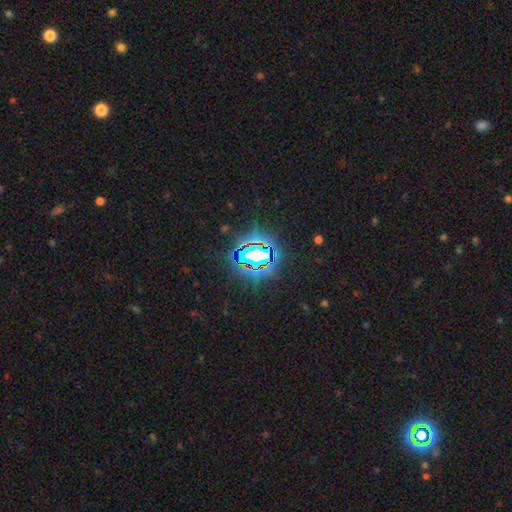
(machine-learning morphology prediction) This is likely a star or artifact rather than a galaxy (77%).